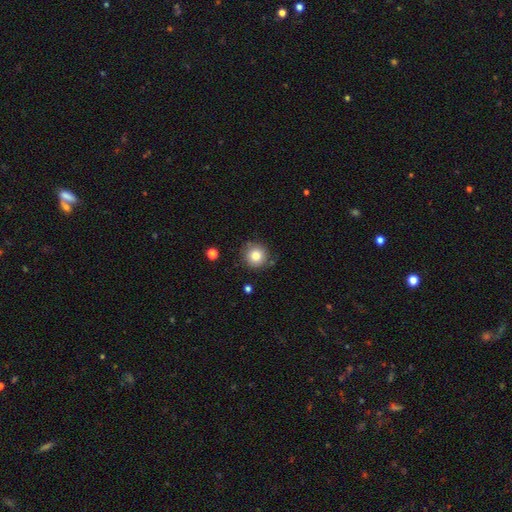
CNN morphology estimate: This appears to be a smooth galaxy with no disk features (83%) that is round (94%). Merging: none (84%).